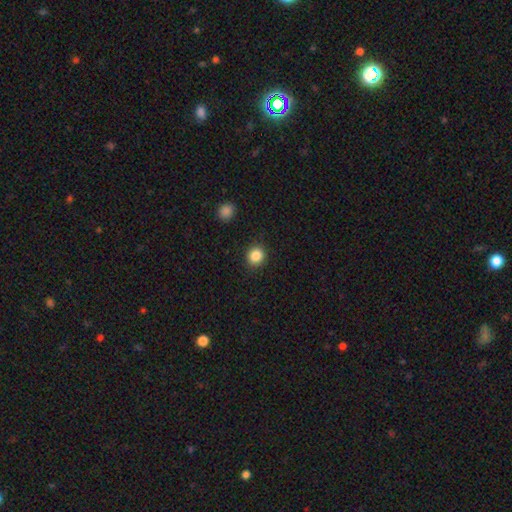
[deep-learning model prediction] Morphology: type=smooth (86%); roundness=round (82%); merging=none (90%).